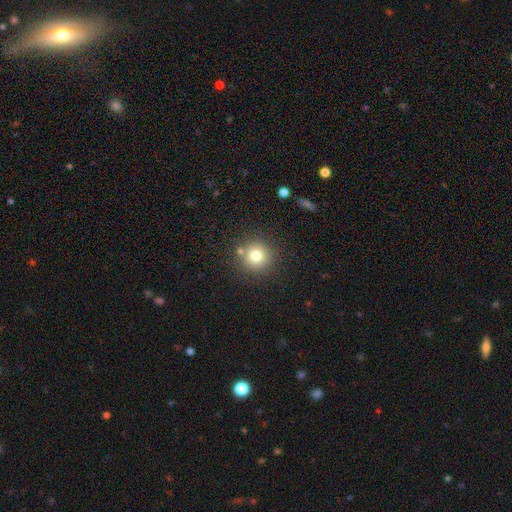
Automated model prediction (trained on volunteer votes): The model was most divided on "smooth or featured": smooth: 77%, star or artifact: 14%, featured or disk: 9%. More confident: how rounded — round (94%); merging — none (83%).